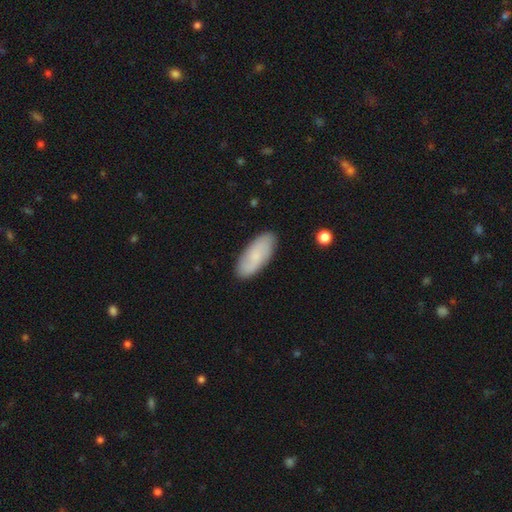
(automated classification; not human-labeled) smooth-or-featured: smooth: 65% | featured or disk: 28% | star or artifact: 7%
  how-rounded: in between: 80% | cigar-shaped: 18% | round: 2%
  merging: none: 86% | minor disturbance: 10% | major disturbance: 2% | merger: 1%